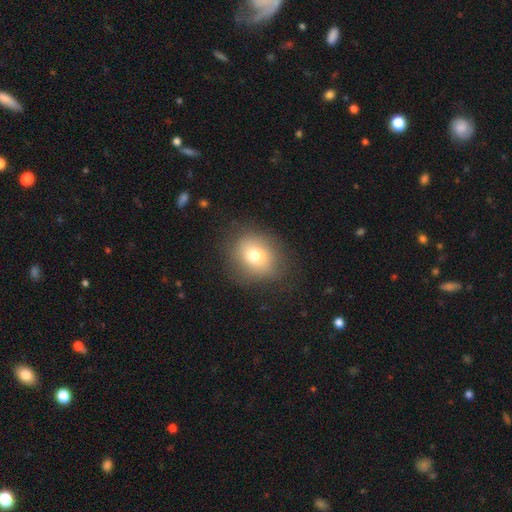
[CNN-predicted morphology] smooth 73%, featured or disk 15%, star or artifact 12%. Down the decision tree: how rounded — round (69%); merging — none (78%).